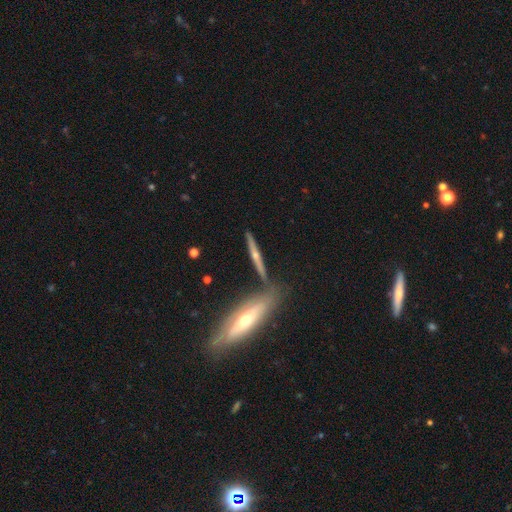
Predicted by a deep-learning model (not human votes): A featured or disk galaxy (69%) viewed edge-on (95%) with a rounded central bulge (85%).

Vote fractions:
- Smooth or featured? featured or disk: 69% / smooth: 24% / star or artifact: 7%
- Edge-on disk? yes: 95% / no: 5%
- Edge-on bulge? rounded: 85% / none: 11% / boxy: 4%
- Merging? none: 75% / merger: 12% / minor disturbance: 10% / major disturbance: 3%